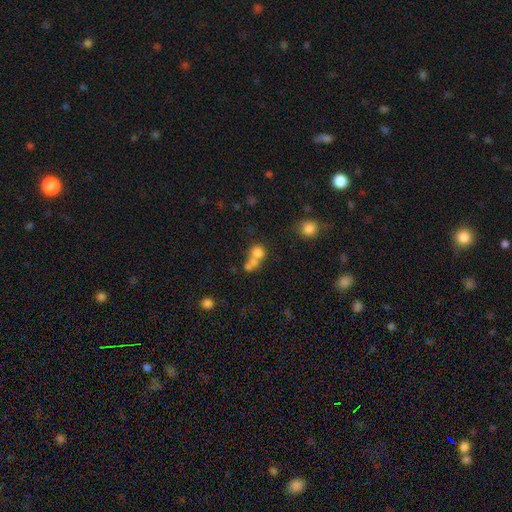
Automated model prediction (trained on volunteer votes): Smooth or featured? smooth (71%)
How rounded? round (72%)
Merging? merger (58%)